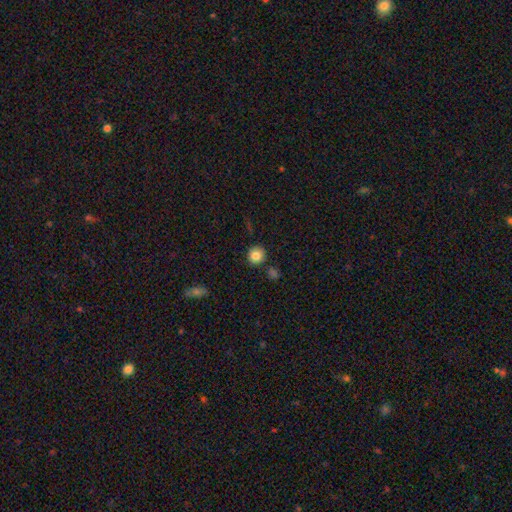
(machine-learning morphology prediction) The model was most divided on "smooth or featured": smooth: 84%, star or artifact: 10%, featured or disk: 6%. More confident: how rounded — round (89%); merging — none (86%).